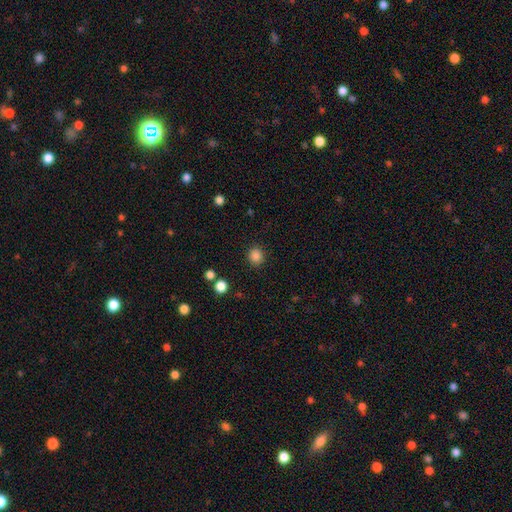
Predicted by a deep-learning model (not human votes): Smooth or featured?
  - smooth: 86% *
  - star or artifact: 11%
  - featured or disk: 3%
How rounded?
  - round: 85% *
  - in between: 14%
  - cigar-shaped: 1%
Merging?
  - none: 89% *
  - minor disturbance: 6%
  - major disturbance: 2%
  - merger: 2%